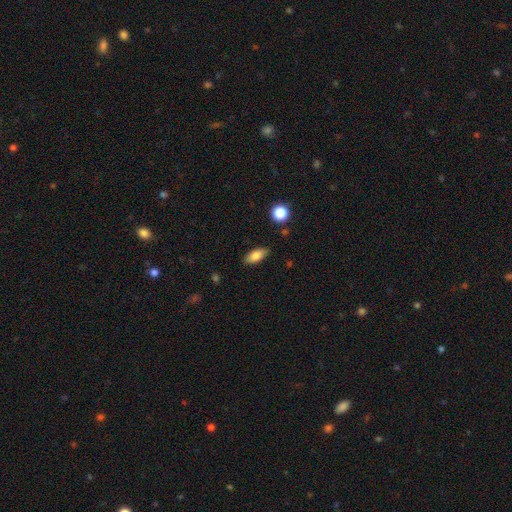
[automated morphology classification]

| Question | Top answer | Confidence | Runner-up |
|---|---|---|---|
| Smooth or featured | smooth | 82% | featured or disk (10%) |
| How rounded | in between | 85% | cigar-shaped (11%) |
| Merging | none | 84% | minor disturbance (11%) |